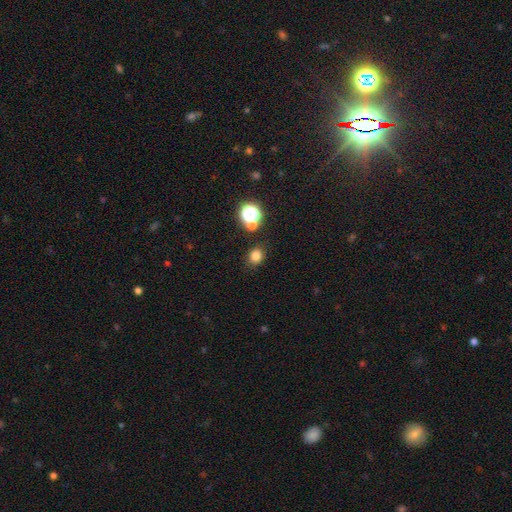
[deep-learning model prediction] Smooth or featured: smooth — 78% (star or artifact — 17%)
How rounded: round — 67% (in between — 32%)
Merging: none — 81% (minor disturbance — 10%)